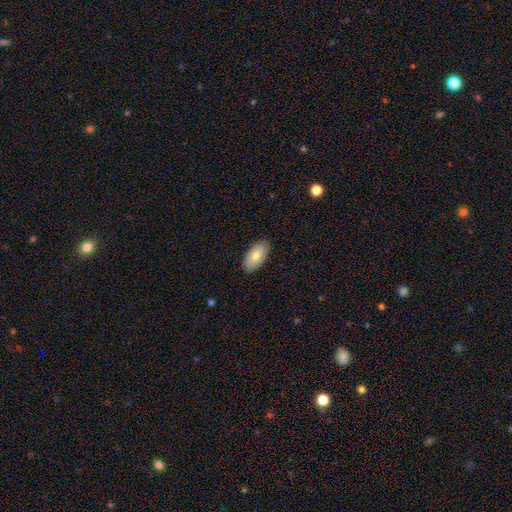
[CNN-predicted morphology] A smooth galaxy with no disk features (77%) that is in between round and cigar-shaped (94%).

Vote fractions:
- Smooth or featured? smooth: 77% / featured or disk: 17% / star or artifact: 6%
- How rounded? in between: 94% / cigar-shaped: 3% / round: 3%
- Merging? none: 89% / minor disturbance: 9% / major disturbance: 2% / merger: 1%